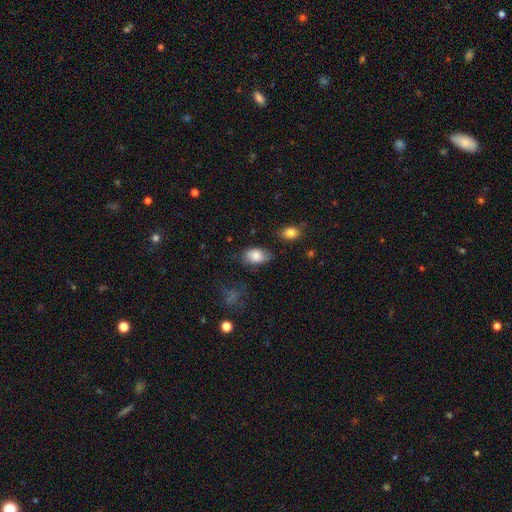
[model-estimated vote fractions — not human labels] Smooth or featured?
  - smooth: 83% *
  - featured or disk: 10%
  - star or artifact: 7%
How rounded?
  - in between: 90% *
  - round: 9%
  - cigar-shaped: 1%
Merging?
  - none: 67% *
  - minor disturbance: 24%
  - major disturbance: 6%
  - merger: 3%